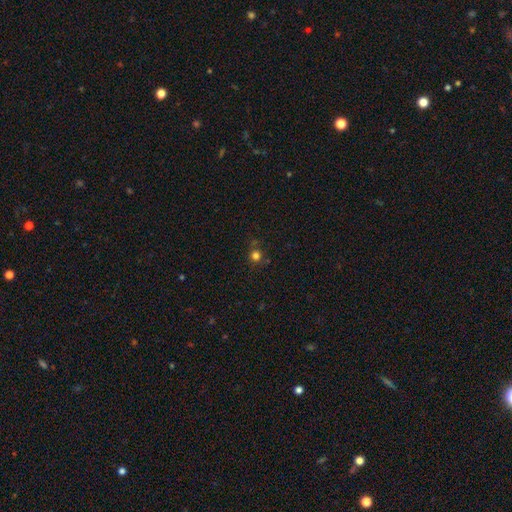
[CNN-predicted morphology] Smooth or featured? smooth (75%)
How rounded? round (92%)
Merging? none (78%)